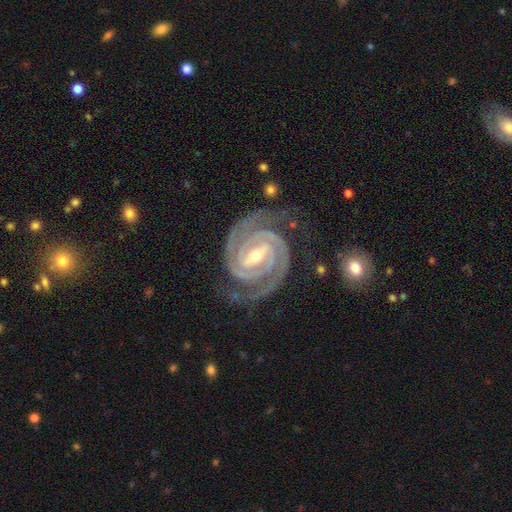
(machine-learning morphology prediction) A featured or disk galaxy (95%) with a strong bar (61%), 2 (88%) tight (81%) spiral arms (99%) and a small central bulge (54%).

Vote fractions:
- Smooth or featured? featured or disk: 95% / star or artifact: 3% / smooth: 2%
- Edge-on disk? no: 98% / yes: 2%
- Bar? strong: 61% / weak: 30% / no: 9%
- Spiral arms? yes: 99% / no: 1%
- Spiral winding? tight: 81% / medium: 17% / loose: 2%
- Spiral arm count? 2: 88% / 3: 6% / can't tell: 2% / 4: 2% / more than 4: 1% / 1: 1%
- Bulge size? small: 54% / moderate: 43% / large: 1% / none: 1% / dominant: 1%
- Merging? none: 80% / minor disturbance: 13% / major disturbance: 4% / merger: 2%